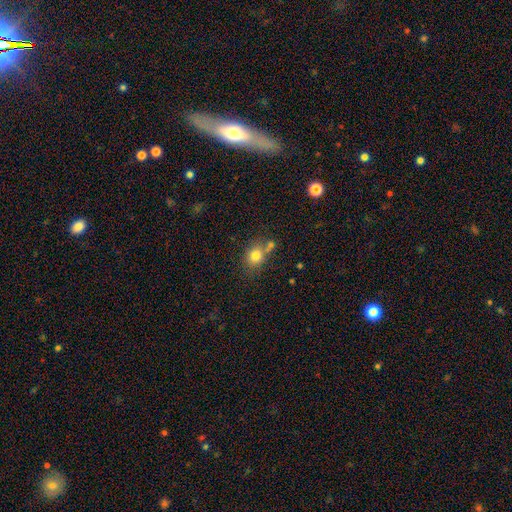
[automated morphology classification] This is likely a smooth galaxy (79%). How rounded: possibly round (60%). Merging: possibly none (58%).